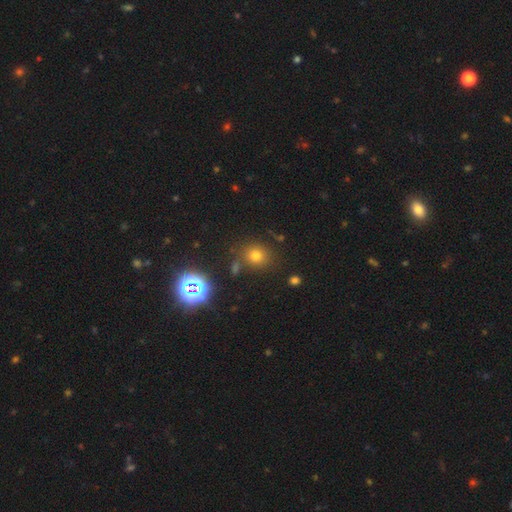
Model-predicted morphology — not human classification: Smooth or featured?
  - smooth: 66% *
  - star or artifact: 26%
  - featured or disk: 8%
How rounded?
  - round: 81% *
  - in between: 18%
  - cigar-shaped: 1%
Merging?
  - none: 80% *
  - minor disturbance: 10%
  - merger: 6%
  - major disturbance: 4%